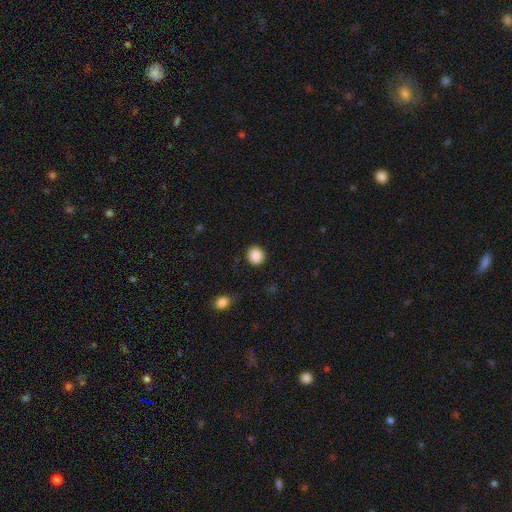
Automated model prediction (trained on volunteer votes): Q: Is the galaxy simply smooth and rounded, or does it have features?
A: smooth — 89%.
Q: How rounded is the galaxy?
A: round — 89%.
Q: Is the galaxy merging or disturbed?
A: none — 91%.